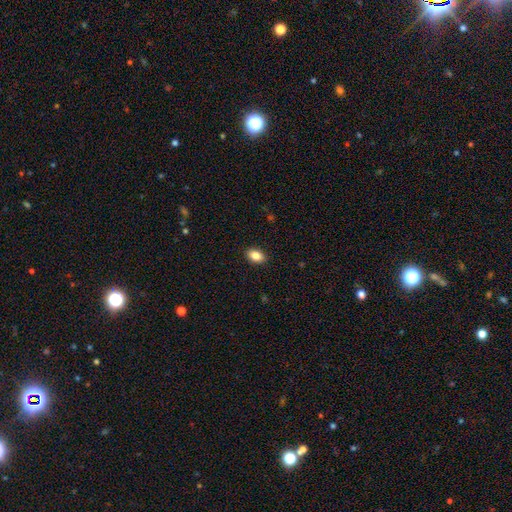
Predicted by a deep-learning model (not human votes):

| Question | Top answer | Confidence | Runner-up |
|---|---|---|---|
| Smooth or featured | smooth | 85% | star or artifact (8%) |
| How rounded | in between | 87% | round (12%) |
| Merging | none | 90% | minor disturbance (7%) |